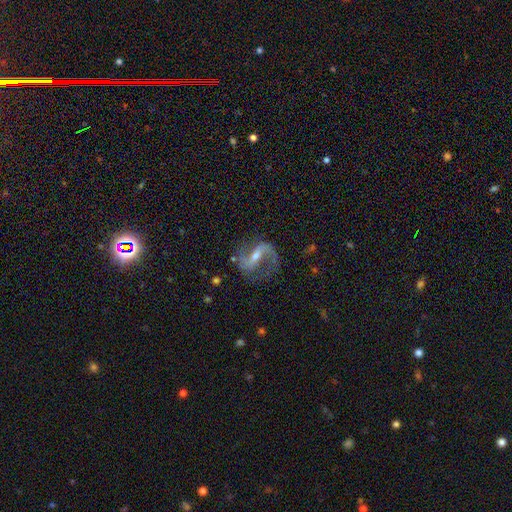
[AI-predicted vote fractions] This appears to be a featured or disk galaxy (89%) with a strong bar (42%), 2 (85%) loose (47%) spiral arms (96%) and a small central bulge (50%). Merging: none (70%).